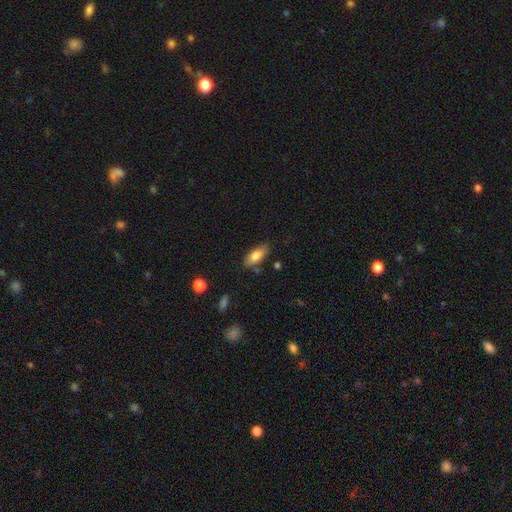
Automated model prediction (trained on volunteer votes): Morphology: type=smooth (79%); roundness=in between (82%); merging=none (78%).